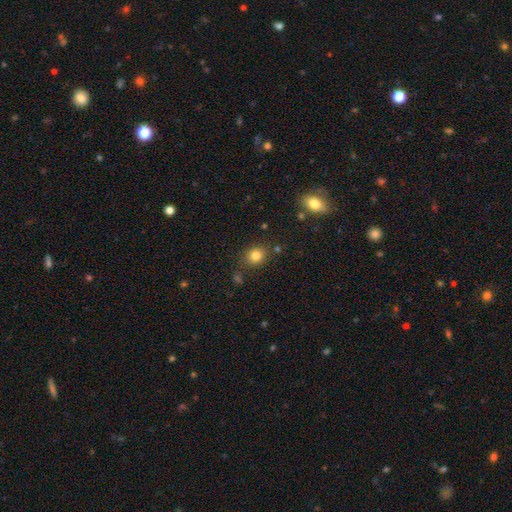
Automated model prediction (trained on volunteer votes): This appears to be a smooth galaxy with no disk features (81%) that is round (70%). Merging: none (81%).